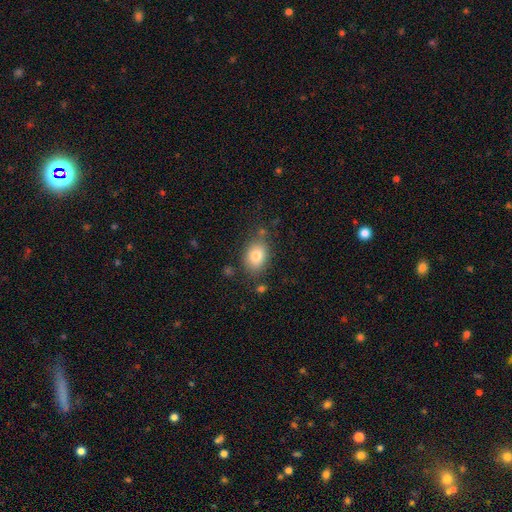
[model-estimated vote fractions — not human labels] Morphology: type=smooth (81%); roundness=in between (76%); merging=none (77%).